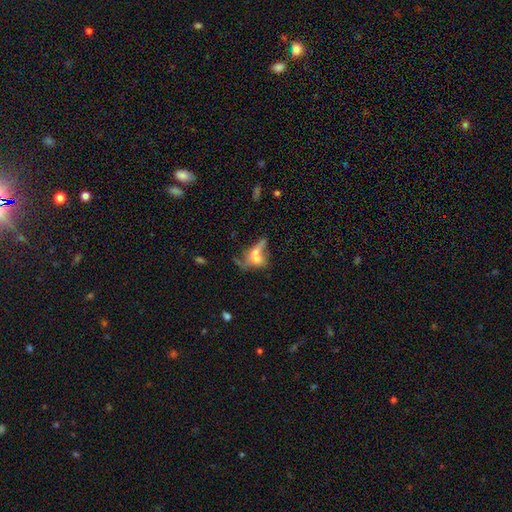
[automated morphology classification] Smooth or featured: smooth — 49% (featured or disk — 37%)
Merging: merger — 45% (none — 26%)